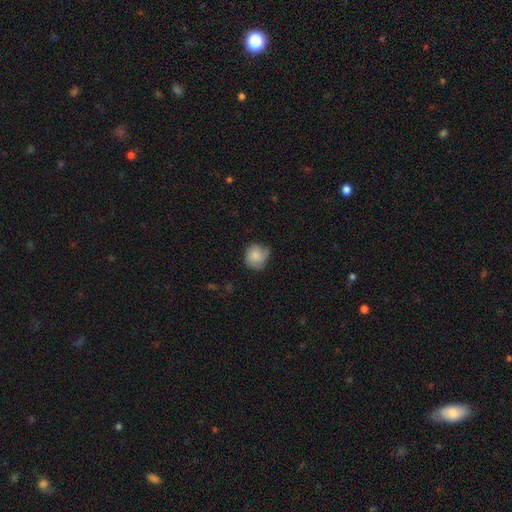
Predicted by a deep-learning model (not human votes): Smooth or featured? smooth (75%)
How rounded? round (80%)
Merging? none (54%)